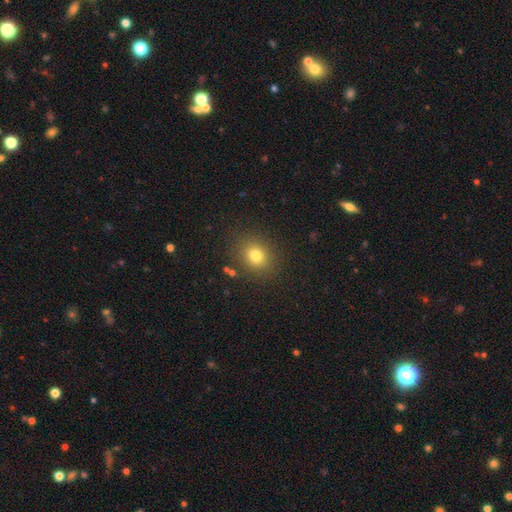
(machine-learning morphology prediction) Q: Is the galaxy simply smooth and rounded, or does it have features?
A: smooth — 78%.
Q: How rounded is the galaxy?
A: round — 65%.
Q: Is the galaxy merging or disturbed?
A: none — 86%.